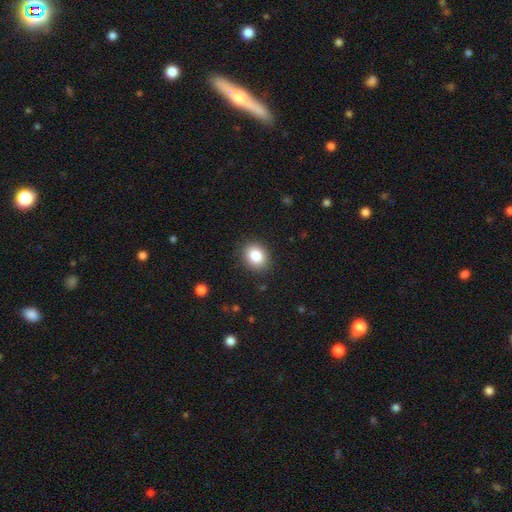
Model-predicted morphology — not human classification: A smooth galaxy with no disk features (84%) that is round (57%).

Vote fractions:
- Smooth or featured? smooth: 84% / star or artifact: 9% / featured or disk: 7%
- How rounded? round: 57% / in between: 42% / cigar-shaped: 1%
- Merging? none: 89% / minor disturbance: 8% / major disturbance: 2% / merger: 1%